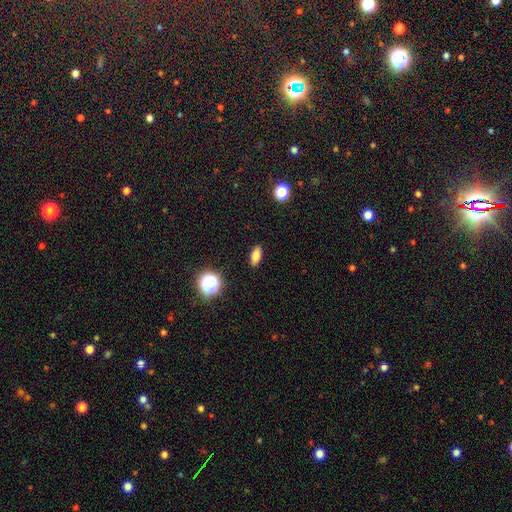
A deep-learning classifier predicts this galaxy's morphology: Smooth or featured: smooth — 78% (star or artifact — 12%)
How rounded: in between — 83% (cigar-shaped — 10%)
Merging: none — 90% (minor disturbance — 7%)